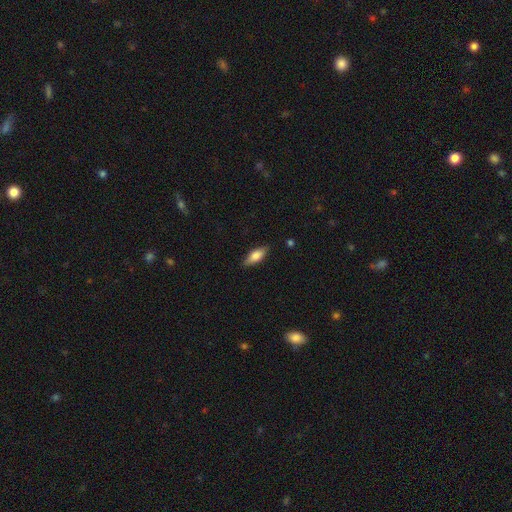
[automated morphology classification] smooth_or_featured: smooth (p=0.72) [alt: featured or disk p=0.21]
how_rounded: in between (p=0.73) [alt: cigar-shaped p=0.25]
merging: none (p=0.84) [alt: minor disturbance p=0.13]